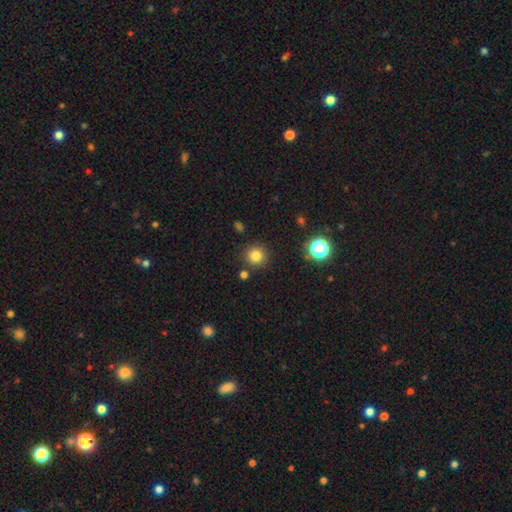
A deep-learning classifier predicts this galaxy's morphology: A smooth galaxy with no disk features (81%) that is round (94%).

Vote fractions:
- Smooth or featured? smooth: 81% / star or artifact: 14% / featured or disk: 5%
- How rounded? round: 94% / in between: 5% / cigar-shaped: 1%
- Merging? none: 86% / minor disturbance: 7% / merger: 4% / major disturbance: 3%